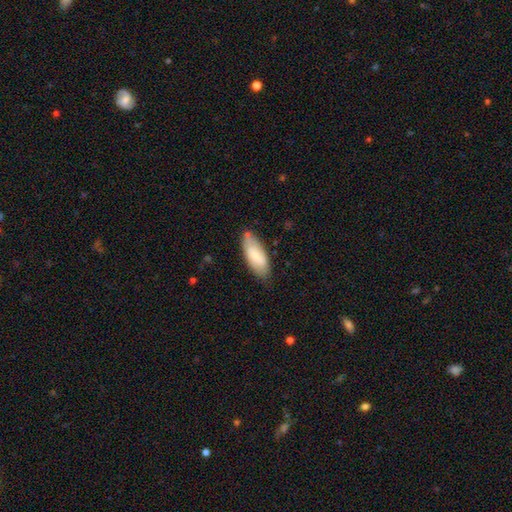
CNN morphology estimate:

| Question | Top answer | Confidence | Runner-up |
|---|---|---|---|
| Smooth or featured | smooth | 74% | featured or disk (20%) |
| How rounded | in between | 79% | cigar-shaped (19%) |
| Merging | none | 74% | minor disturbance (19%) |